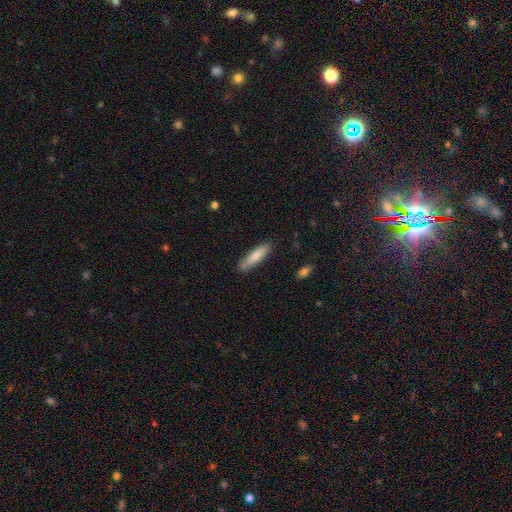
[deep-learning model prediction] The model was most divided on "how rounded": cigar-shaped: 77%, in between: 21%, round: 1%. More confident: merging — none (81%); smooth or featured — smooth (80%).